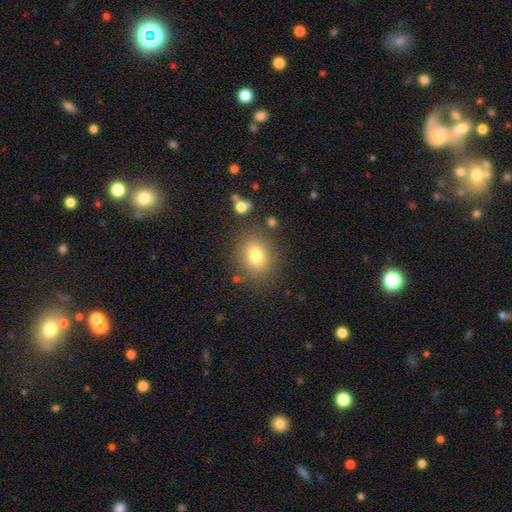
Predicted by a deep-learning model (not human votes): Morphology: type=smooth (79%); roundness=round (51%); merging=none (81%).